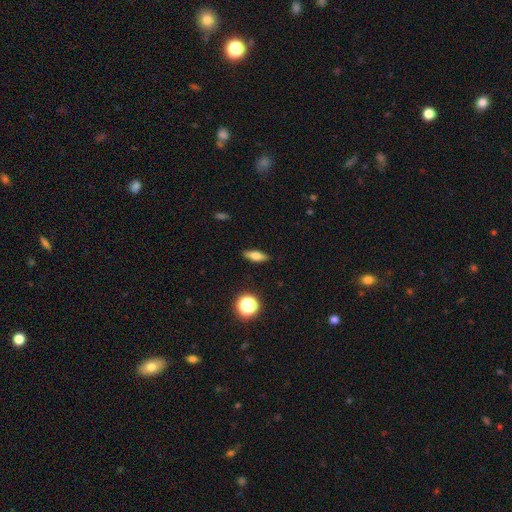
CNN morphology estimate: type=smooth (63%); roundness=in between (59%); merging=none (88%).